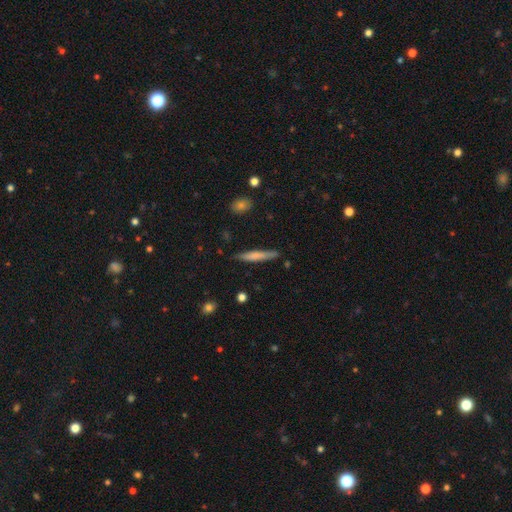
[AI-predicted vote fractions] A smooth galaxy with no disk features (65%) that is cigar-shaped (93%). Merging: none (85%).